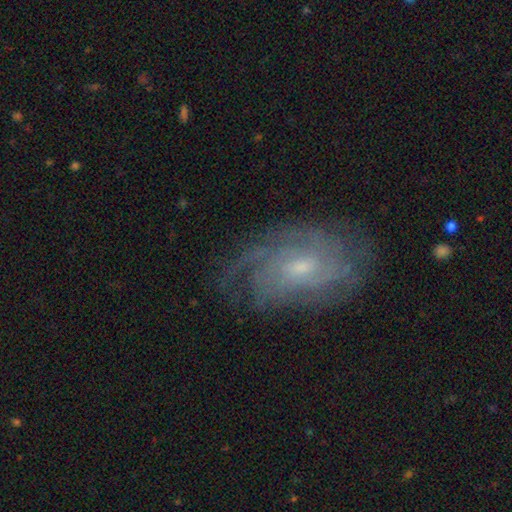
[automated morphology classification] This appears to be a featured or disk galaxy (81%) with no bar (55%), tight (59%) spiral arms (93%) and a small central bulge (61%). Merging: none (71%).